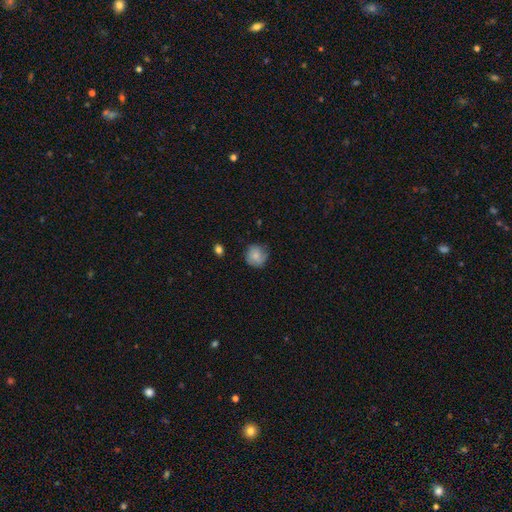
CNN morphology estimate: This appears to be a smooth galaxy with no disk features (71%) that is round (88%). Merging: none (71%).